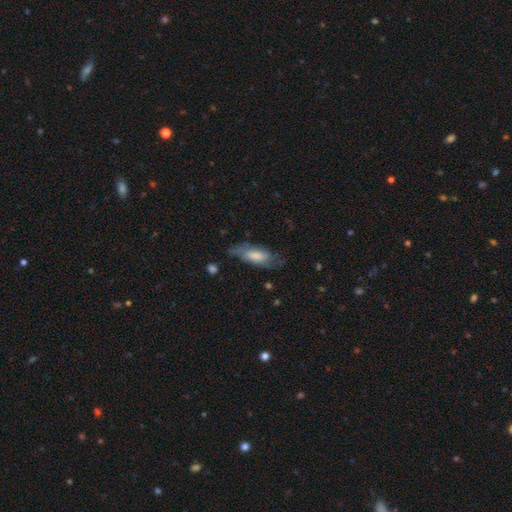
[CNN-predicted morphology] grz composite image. It shows a smooth galaxy with no disk features (62%) that is in between round and cigar-shaped (70%). Merging: none (54%).